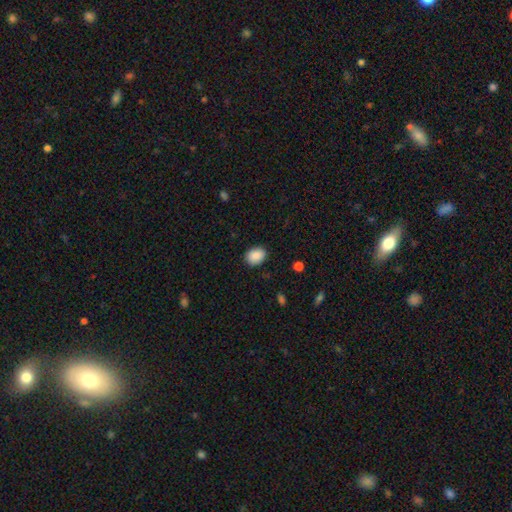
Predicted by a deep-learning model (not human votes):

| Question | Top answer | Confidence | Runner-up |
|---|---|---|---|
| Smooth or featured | smooth | 89% | star or artifact (8%) |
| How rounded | in between | 63% | round (36%) |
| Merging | none | 87% | minor disturbance (9%) |